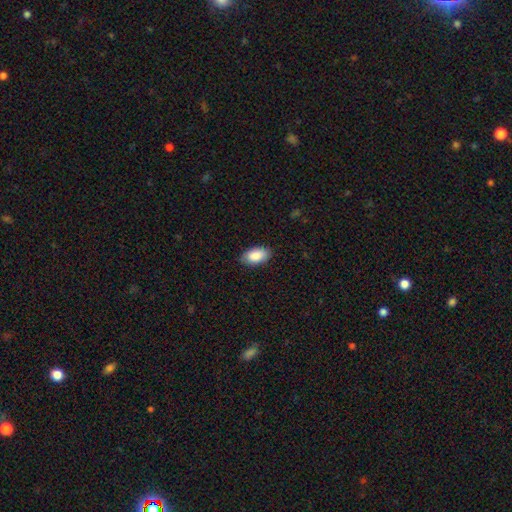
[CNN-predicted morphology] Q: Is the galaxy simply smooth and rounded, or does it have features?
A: smooth — 88%.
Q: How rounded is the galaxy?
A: in between — 95%.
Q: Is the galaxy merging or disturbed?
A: none — 85%.